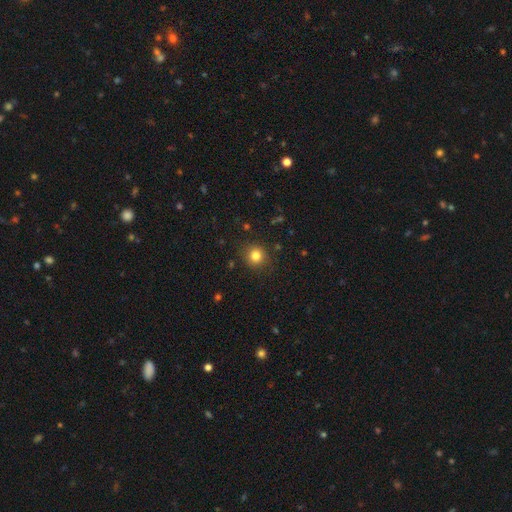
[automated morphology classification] Smooth or featured: smooth — 82% (star or artifact — 12%)
How rounded: round — 89% (in between — 10%)
Merging: none — 87% (minor disturbance — 8%)